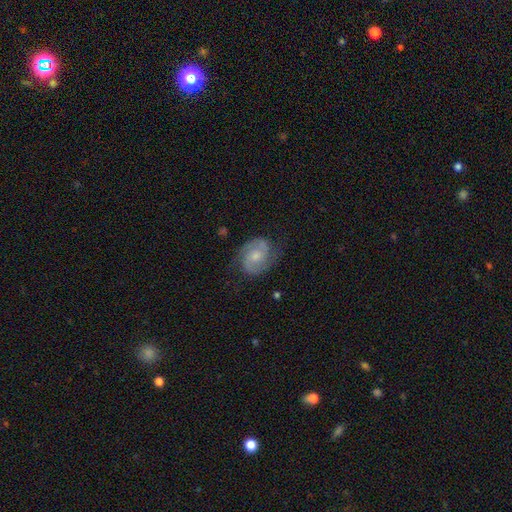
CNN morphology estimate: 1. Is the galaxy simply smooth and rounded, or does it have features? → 83% featured or disk, 11% smooth, 6% star or artifact.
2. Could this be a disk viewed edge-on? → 98% no, 2% yes.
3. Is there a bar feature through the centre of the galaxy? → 59% no, 35% weak, 6% strong.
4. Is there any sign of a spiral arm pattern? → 96% yes, 4% no.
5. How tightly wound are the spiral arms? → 51% medium, 35% tight, 13% loose.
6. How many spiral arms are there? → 91% 2, 4% can't tell, 2% 3, 1% 1, 1% 4, 1% more than 4.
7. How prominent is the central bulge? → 46% moderate (tied), 46% small (tied), 5% none, 3% large, 1% dominant.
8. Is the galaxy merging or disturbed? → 77% none, 16% minor disturbance, 6% major disturbance, 1% merger.